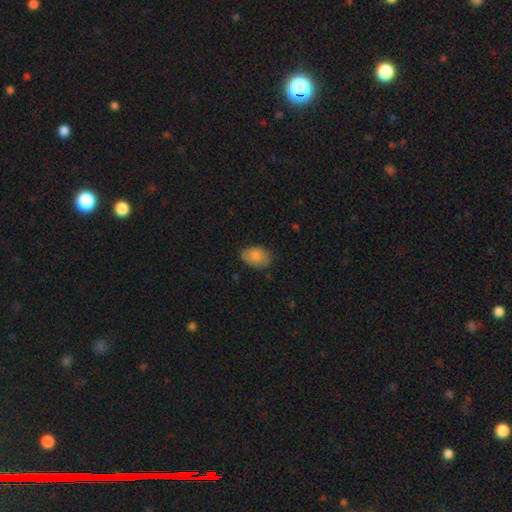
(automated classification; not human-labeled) Morphology: type=smooth (86%); roundness=in between (85%); merging=none (77%).